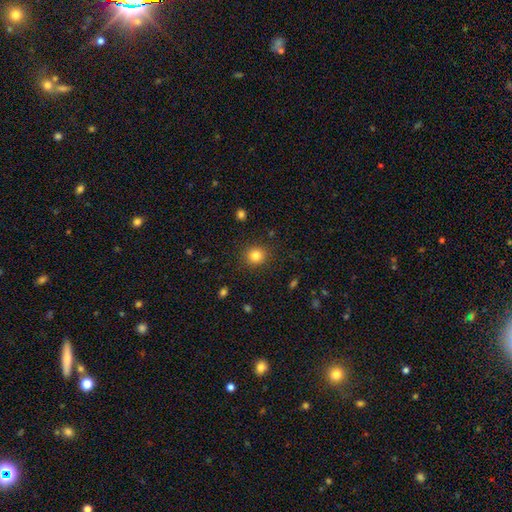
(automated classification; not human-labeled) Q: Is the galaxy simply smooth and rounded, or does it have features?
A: smooth — 82%.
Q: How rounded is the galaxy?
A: round — 90%.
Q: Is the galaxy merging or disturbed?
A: none — 90%.